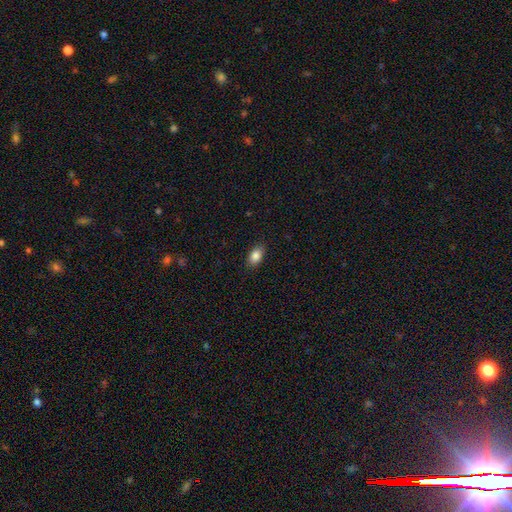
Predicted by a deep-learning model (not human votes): Q: Smooth or featured?
A: smooth (86%); runner-up: star or artifact (8%)
Q: How rounded?
A: in between (89%); runner-up: round (8%)
Q: Merging?
A: none (88%); runner-up: minor disturbance (9%)